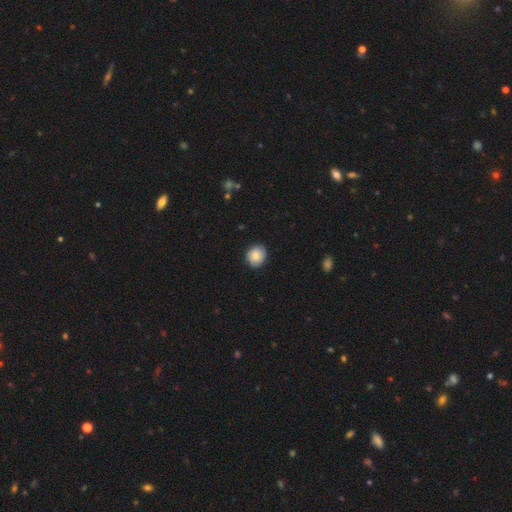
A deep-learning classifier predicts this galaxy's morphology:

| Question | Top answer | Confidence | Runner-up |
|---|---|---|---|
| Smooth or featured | smooth | 79% | featured or disk (14%) |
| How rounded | round | 73% | in between (26%) |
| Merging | none | 84% | minor disturbance (12%) |